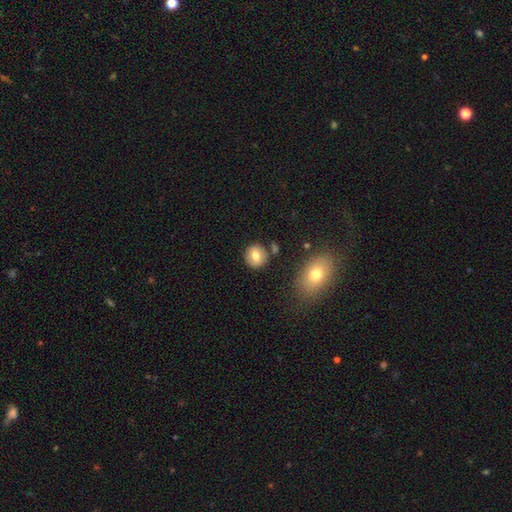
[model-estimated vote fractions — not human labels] Morphology: type=smooth (75%); roundness=round (86%); merging=none (83%).